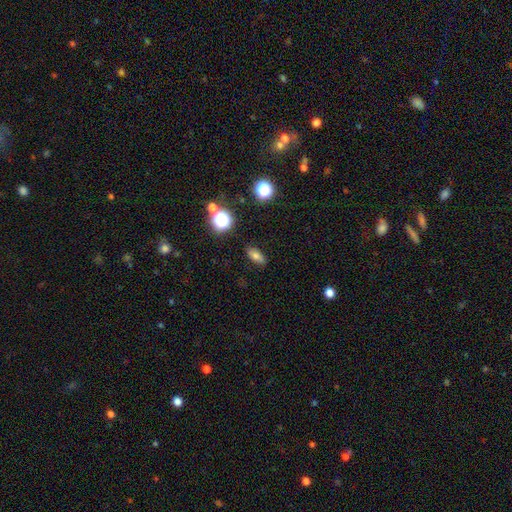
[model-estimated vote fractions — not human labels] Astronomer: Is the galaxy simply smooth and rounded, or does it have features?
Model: smooth — 70%.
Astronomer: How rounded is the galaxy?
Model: in between — 77%.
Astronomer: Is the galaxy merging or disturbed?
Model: none — 86%.